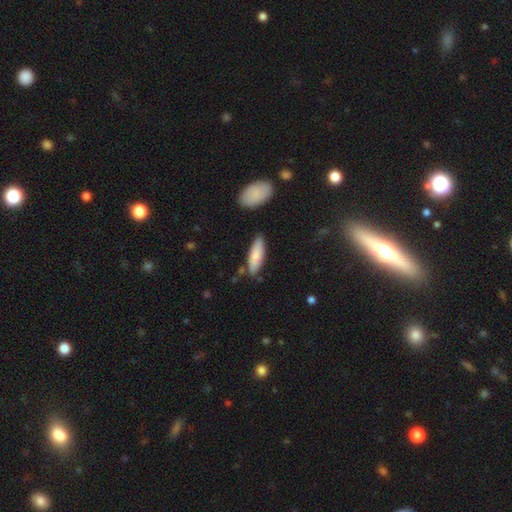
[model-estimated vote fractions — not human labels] Smooth or featured? smooth (80%)
How rounded? in between (51%)
Merging? none (79%)